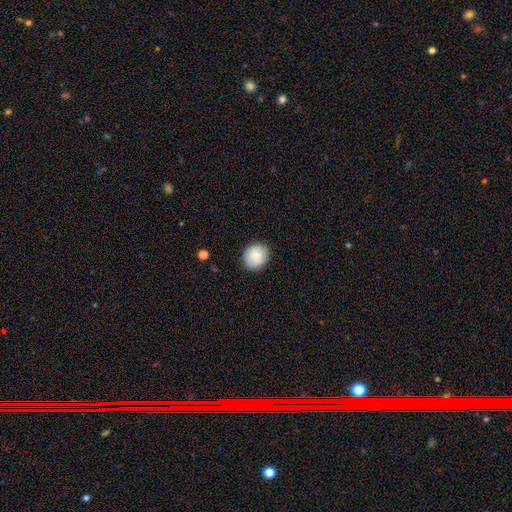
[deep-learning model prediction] Smooth or featured: smooth — 77% (featured or disk — 15%)
How rounded: round — 75% (in between — 24%)
Merging: none — 86% (minor disturbance — 11%)